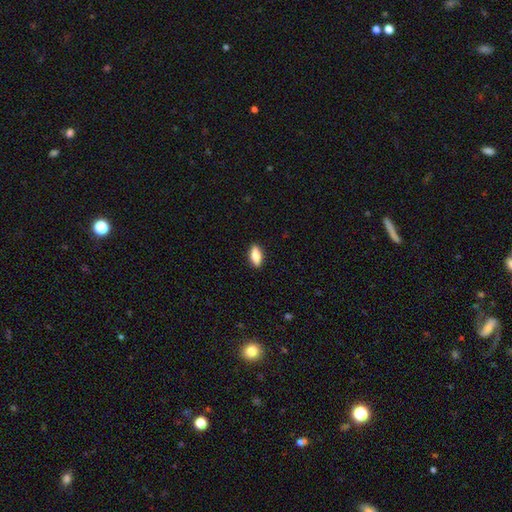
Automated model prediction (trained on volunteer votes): The model was most divided on "how rounded": in between: 77%, cigar-shaped: 20%, round: 3%. More confident: merging — none (89%); smooth or featured — smooth (77%).